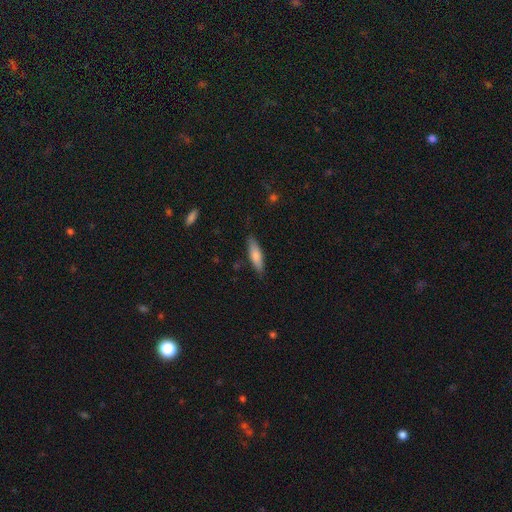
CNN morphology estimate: A smooth galaxy with no disk features (73%) that is cigar-shaped (65%). Merging: none (85%).